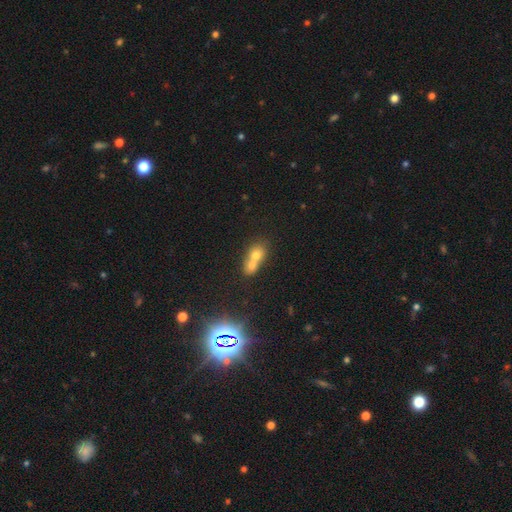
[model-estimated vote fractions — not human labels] smooth_or_featured: smooth (p=0.63) [alt: featured or disk p=0.20]
how_rounded: round (p=0.55) [alt: in between p=0.42]
merging: merger (p=0.73) [alt: none p=0.20]